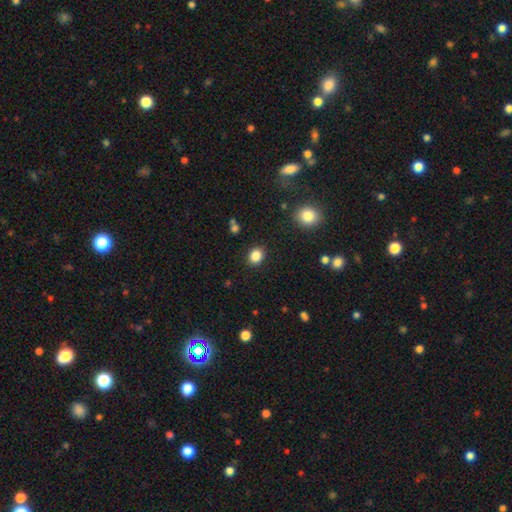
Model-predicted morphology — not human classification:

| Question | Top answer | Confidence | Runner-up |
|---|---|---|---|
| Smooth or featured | smooth | 85% | star or artifact (10%) |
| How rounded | round | 60% | in between (39%) |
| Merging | none | 89% | minor disturbance (7%) |